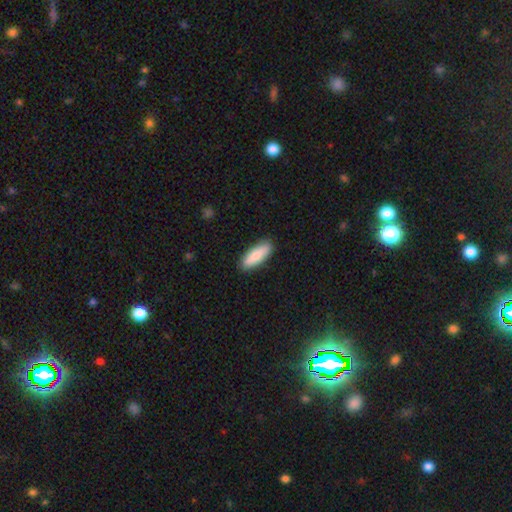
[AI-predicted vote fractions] smooth-or-featured: smooth: 84% | featured or disk: 10% | star or artifact: 5%
  how-rounded: in between: 52% | cigar-shaped: 46% | round: 2%
  merging: none: 89% | minor disturbance: 9% | major disturbance: 2% | merger: 1%